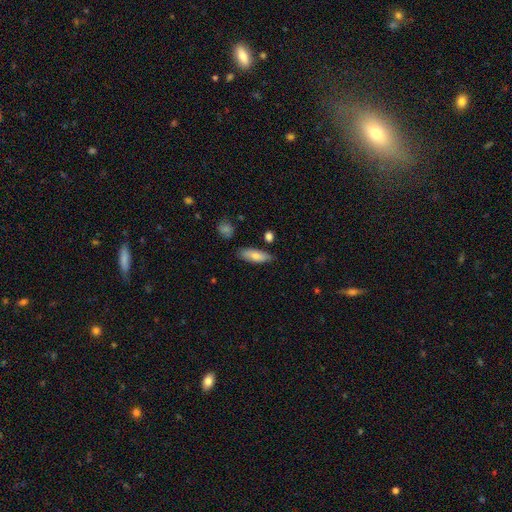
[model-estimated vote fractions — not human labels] Morphology: type=smooth (75%); roundness=in between (67%); merging=none (79%).